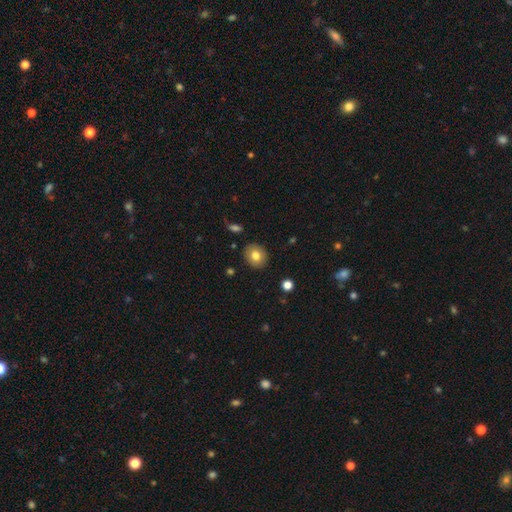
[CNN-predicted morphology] The model was most divided on "how rounded": round: 65%, in between: 34%, cigar-shaped: 1%. More confident: merging — none (88%); smooth or featured — smooth (77%).